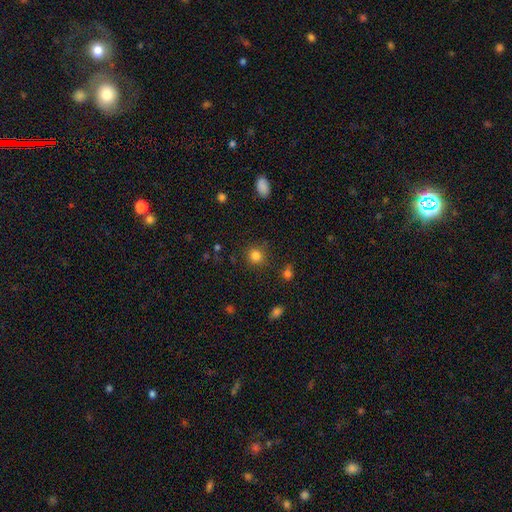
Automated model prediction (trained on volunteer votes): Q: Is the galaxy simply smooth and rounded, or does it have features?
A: smooth — 82%.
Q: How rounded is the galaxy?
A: round — 91%.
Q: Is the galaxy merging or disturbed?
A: none — 86%.